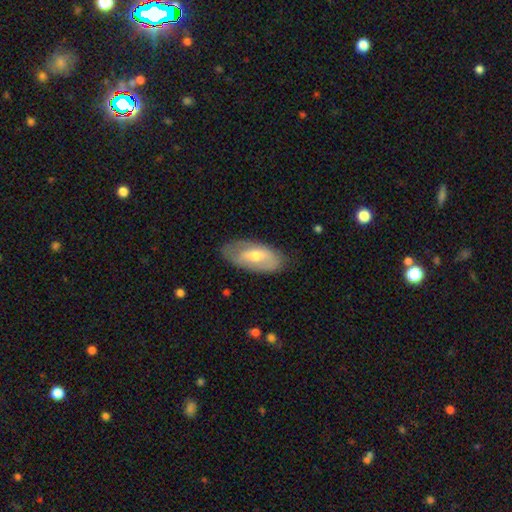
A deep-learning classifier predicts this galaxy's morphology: Overall: featured or disk (49%; smooth 45%). Merging: none (74%).